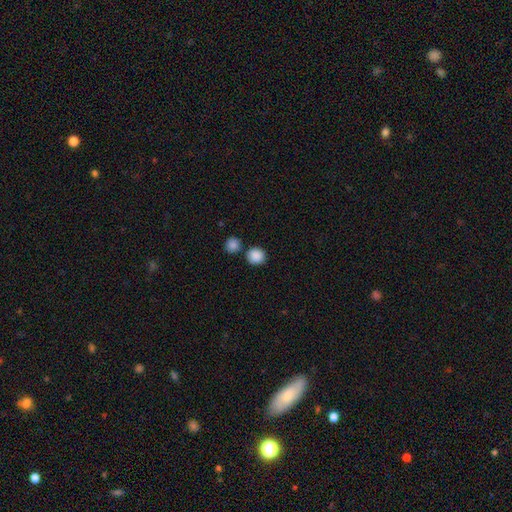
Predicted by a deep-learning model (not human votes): Morphology: type=smooth (88%); roundness=round (89%); merging=none (78%).